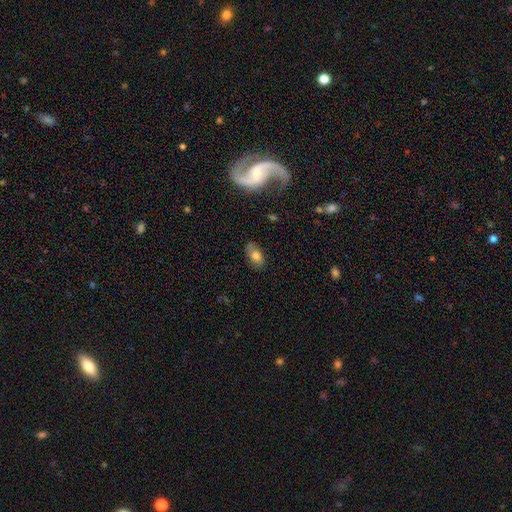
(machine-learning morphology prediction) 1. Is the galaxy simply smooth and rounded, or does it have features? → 76% smooth, 14% featured or disk, 10% star or artifact.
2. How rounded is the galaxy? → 90% in between, 7% round, 3% cigar-shaped.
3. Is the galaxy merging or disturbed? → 73% none, 20% minor disturbance, 4% major disturbance, 3% merger.